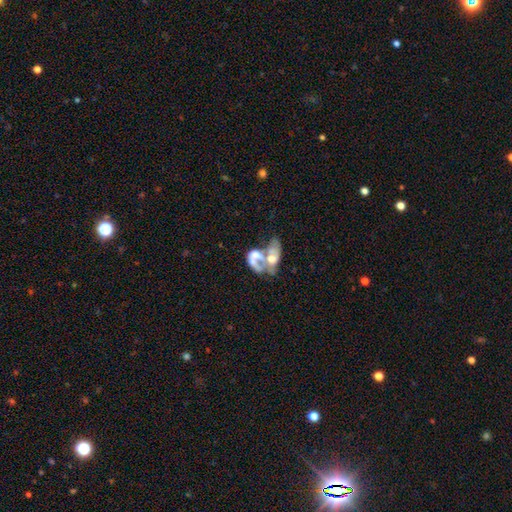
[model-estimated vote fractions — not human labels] Overall: featured or disk (57%; smooth 32%). Edge-on disk: no (96%). Bar: no (84%). Spiral arms: no (75%). Bulge size: moderate (44%; none 22%). Merging: merger (71%).